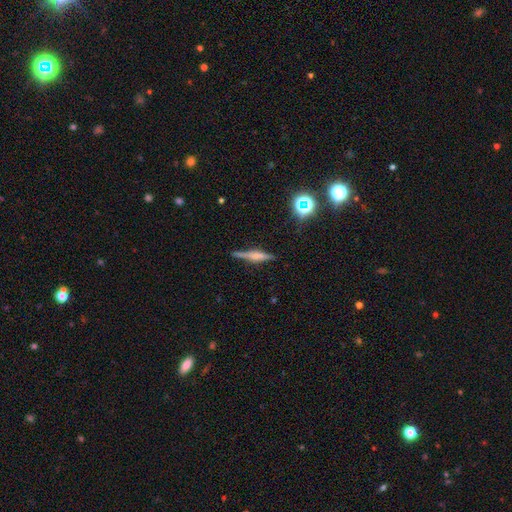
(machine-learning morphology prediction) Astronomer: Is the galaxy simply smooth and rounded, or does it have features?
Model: featured or disk — 58%.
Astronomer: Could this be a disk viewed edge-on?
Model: yes — 97%.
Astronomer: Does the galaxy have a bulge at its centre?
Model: rounded — 46% (runner-up: boxy, 38%).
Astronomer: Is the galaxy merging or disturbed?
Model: none — 81%.